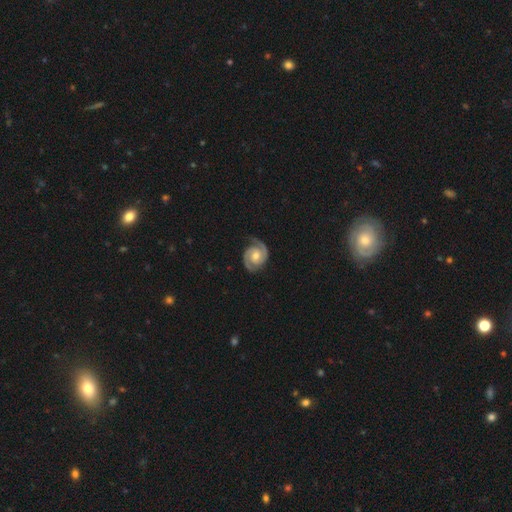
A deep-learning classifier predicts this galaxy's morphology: Smooth or featured: featured or disk — 91% (smooth — 5%)
Edge-on disk: no — 98% (yes — 2%)
Bar: no — 67% (weak — 26%)
Spiral arms: yes — 98% (no — 2%)
Spiral winding: tight — 58% (medium — 36%)
Spiral arm count: 2 — 93% (can't tell — 2%)
Bulge size: moderate — 66% (small — 28%)
Merging: none — 81% (minor disturbance — 14%)